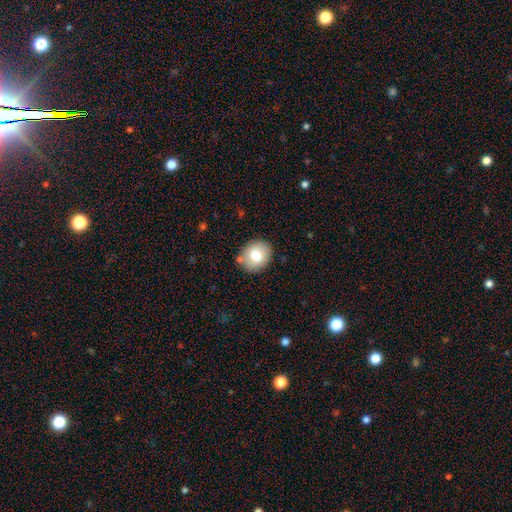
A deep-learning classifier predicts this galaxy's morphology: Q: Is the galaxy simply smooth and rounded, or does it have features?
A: smooth — 77%.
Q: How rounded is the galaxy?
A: round — 60%.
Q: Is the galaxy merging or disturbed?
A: none — 83%.